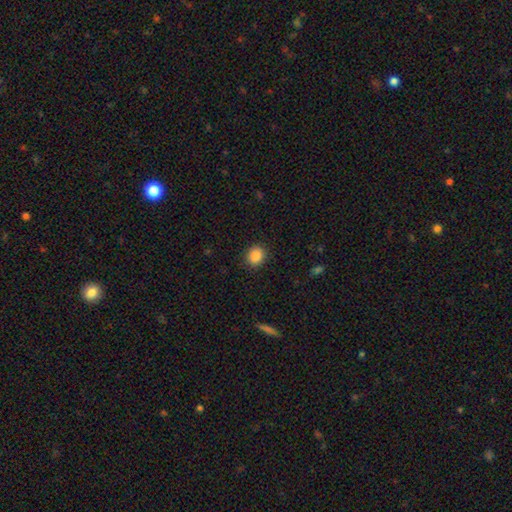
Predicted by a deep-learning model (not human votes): Smooth or featured: smooth — 87% (star or artifact — 9%)
How rounded: round — 74% (in between — 25%)
Merging: none — 89% (minor disturbance — 7%)